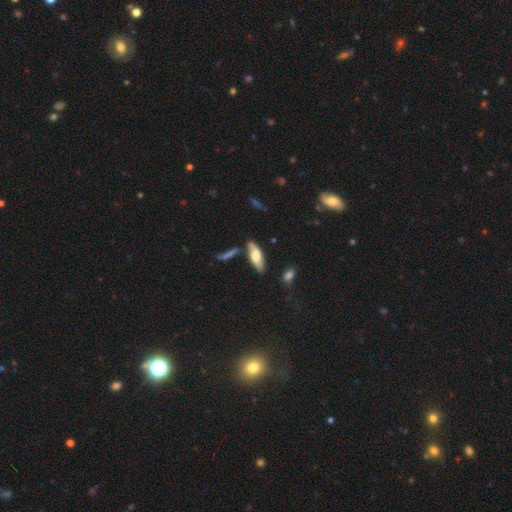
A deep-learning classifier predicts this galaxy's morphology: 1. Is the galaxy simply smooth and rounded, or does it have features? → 60% smooth, 33% featured or disk, 7% star or artifact.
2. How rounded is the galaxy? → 67% in between, 31% cigar-shaped, 2% round.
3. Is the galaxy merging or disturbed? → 61% none, 21% minor disturbance, 11% merger, 7% major disturbance.